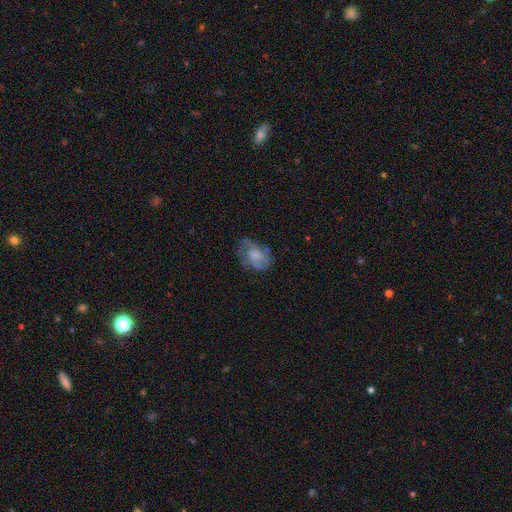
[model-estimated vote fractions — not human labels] Smooth or featured? Predicted: featured or disk (p=0.47). Merging? Predicted: none (p=0.51).